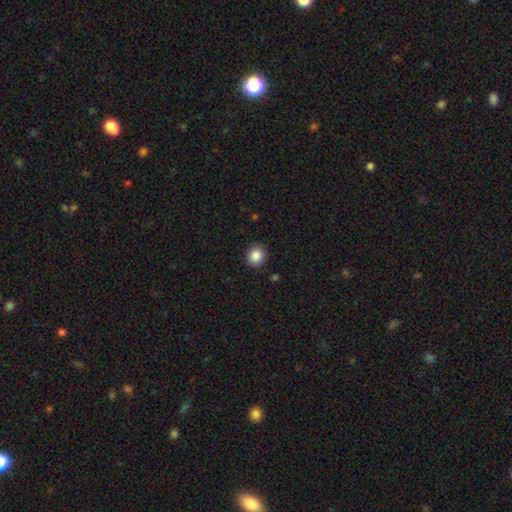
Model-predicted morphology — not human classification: smooth_or_featured: smooth (p=0.87) [alt: star or artifact p=0.09]
how_rounded: round (p=0.85) [alt: in between p=0.14]
merging: none (p=0.90) [alt: minor disturbance p=0.07]